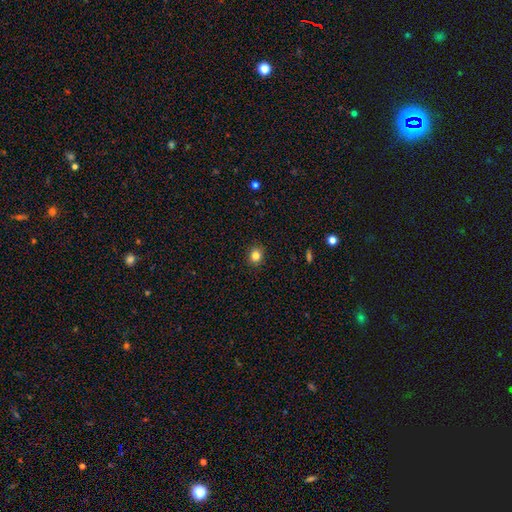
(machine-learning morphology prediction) smooth 83%, star or artifact 12%, featured or disk 6%. Down the decision tree: how rounded — round (77%); merging — none (90%).